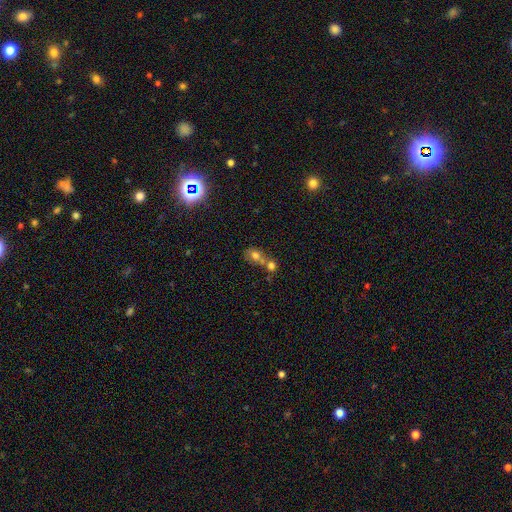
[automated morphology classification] A smooth galaxy with no disk features (67%) that is round (50%). Merging: merger (62%).